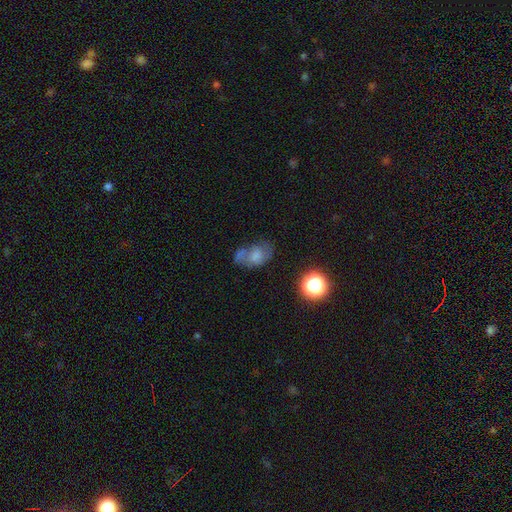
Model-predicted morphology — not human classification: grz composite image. It shows a smooth galaxy with no disk features (53%) that is in between round and cigar-shaped (83%). Merging: none (41%).